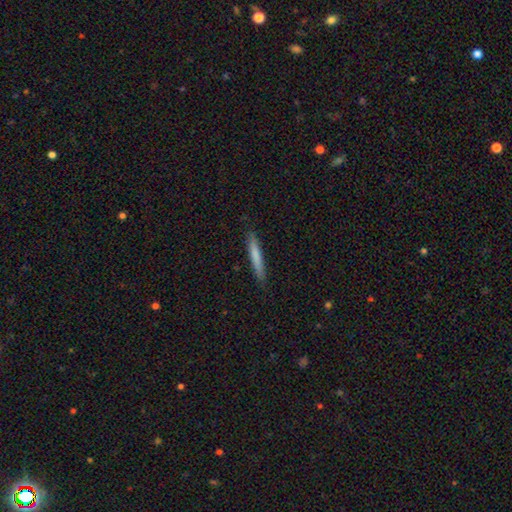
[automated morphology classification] smooth_or_featured: smooth (p=0.74) [alt: featured or disk p=0.21]
how_rounded: cigar-shaped (p=0.95) [alt: in between p=0.04]
merging: none (p=0.89) [alt: minor disturbance p=0.09]